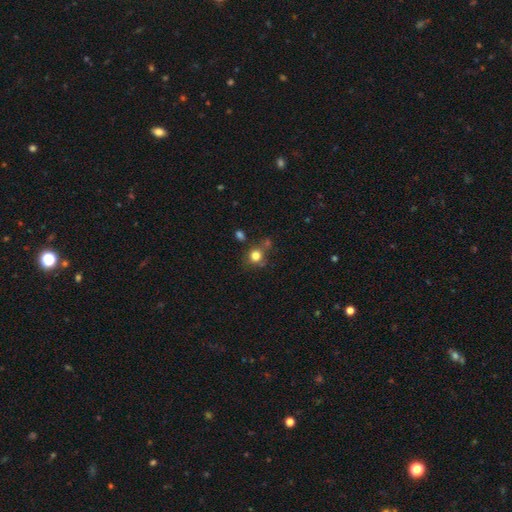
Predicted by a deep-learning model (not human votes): Overall: smooth (78%). How rounded: round (84%). Merging: none (64%).